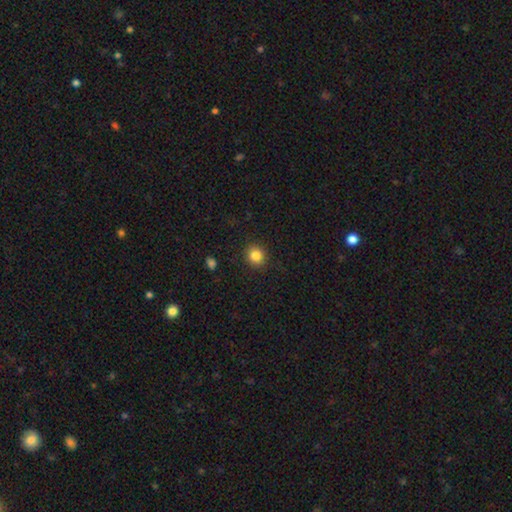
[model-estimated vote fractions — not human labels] Smooth or featured? Predicted: smooth (p=0.84). How rounded? Predicted: round (p=0.86). Merging? Predicted: none (p=0.90).